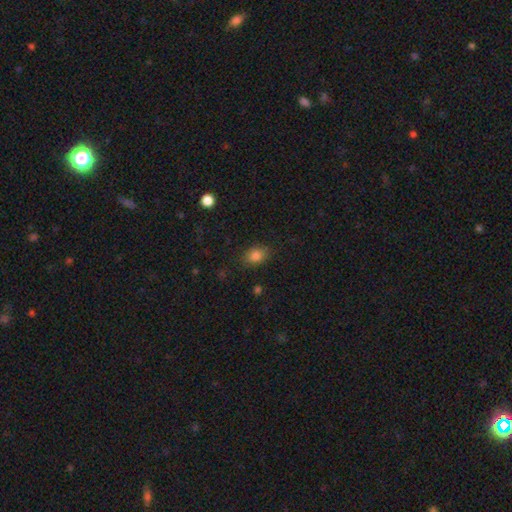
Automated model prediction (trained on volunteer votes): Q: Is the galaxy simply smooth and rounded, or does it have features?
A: smooth — 84%.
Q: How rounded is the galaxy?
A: in between — 70%.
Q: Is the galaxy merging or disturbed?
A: none — 83%.